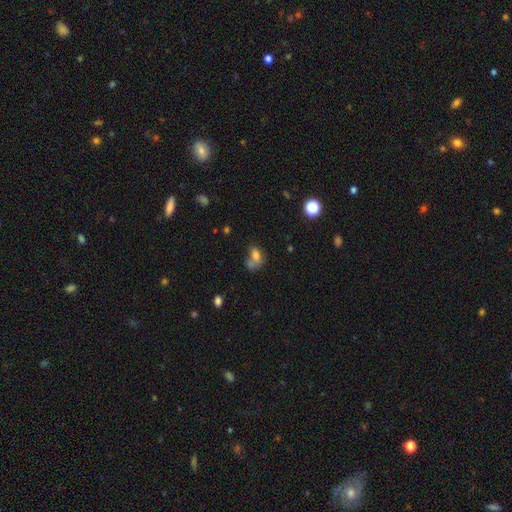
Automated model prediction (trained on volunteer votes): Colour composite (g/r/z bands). It shows a smooth galaxy with no disk features (72%) that is in between round and cigar-shaped (80%). Merging: merger (39%).